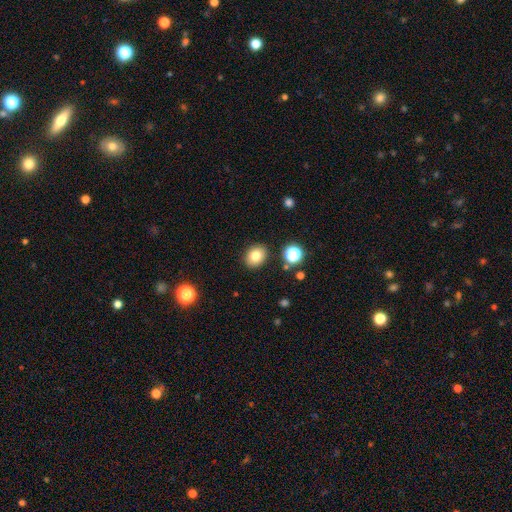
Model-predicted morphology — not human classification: Smooth or featured: smooth — 79% (star or artifact — 12%)
How rounded: round — 54% (in between — 46%)
Merging: none — 88% (minor disturbance — 7%)